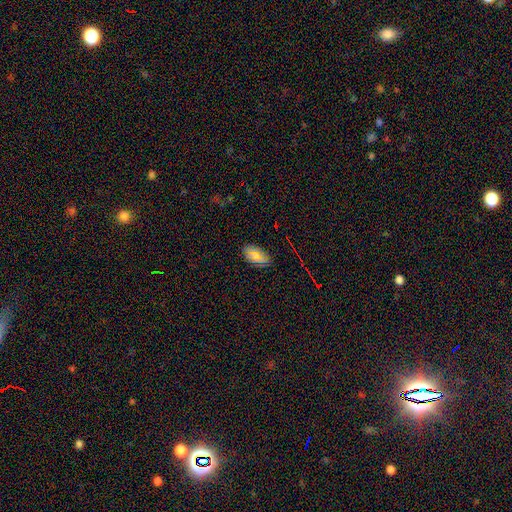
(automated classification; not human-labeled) Overall: smooth (65%). How rounded: in between (92%). Merging: none (84%).